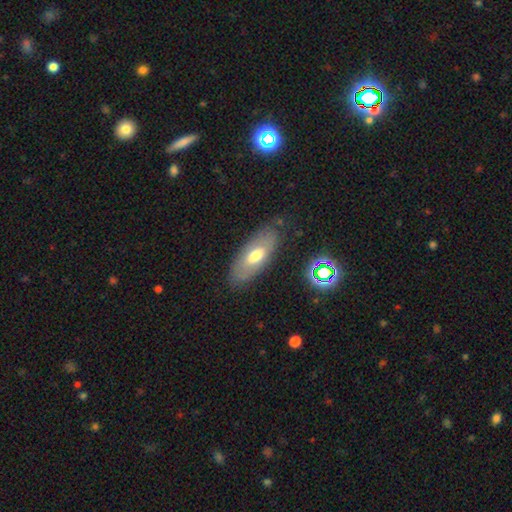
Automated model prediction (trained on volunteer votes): smooth 58%, featured or disk 34%, star or artifact 8%. Down the decision tree: how rounded — in between (81%); merging — none (81%).